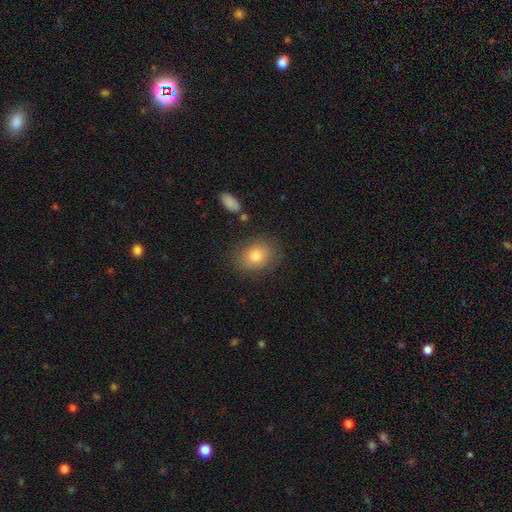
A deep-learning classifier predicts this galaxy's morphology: Smooth or featured?
  - smooth: 80% *
  - featured or disk: 11%
  - star or artifact: 9%
How rounded?
  - in between: 58% *
  - round: 41%
  - cigar-shaped: 1%
Merging?
  - none: 81% *
  - minor disturbance: 12%
  - major disturbance: 4%
  - merger: 2%